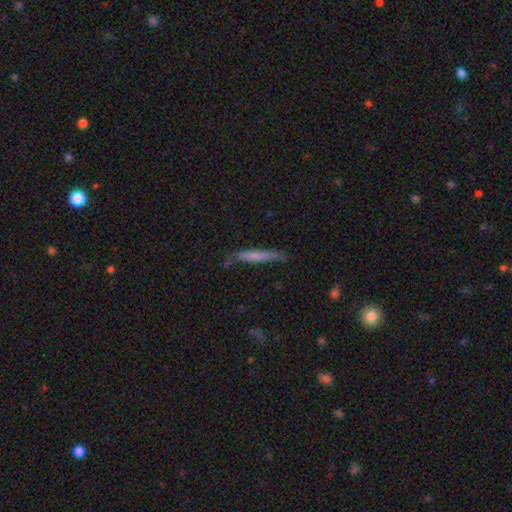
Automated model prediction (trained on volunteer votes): Morphology: type=smooth (60%); roundness=cigar-shaped (95%); merging=none (75%).